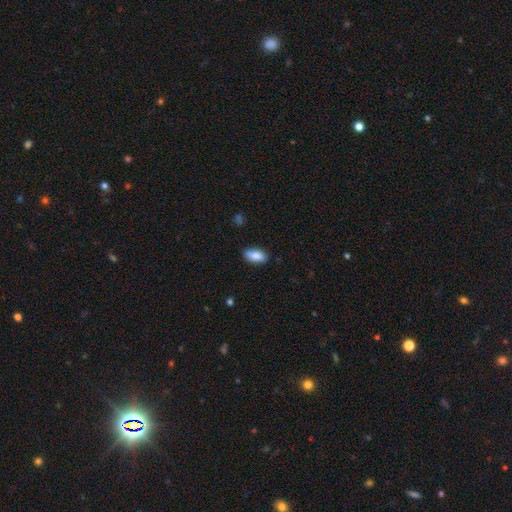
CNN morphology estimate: smooth-or-featured: smooth: 86% | featured or disk: 7% | star or artifact: 7%
  how-rounded: in between: 90% | cigar-shaped: 7% | round: 3%
  merging: none: 85% | minor disturbance: 11% | major disturbance: 2% | merger: 1%